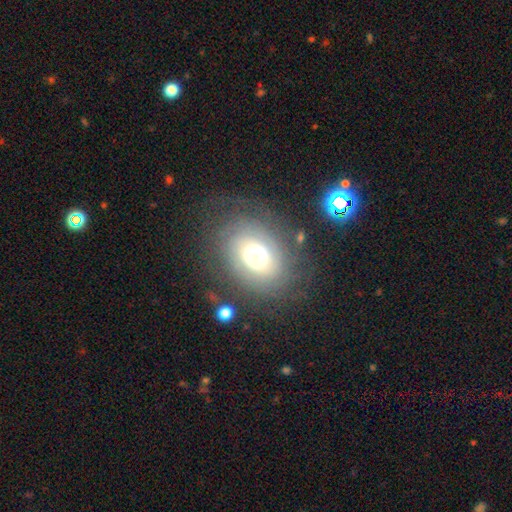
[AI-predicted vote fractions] A featured or disk galaxy (64%) with no bar (81%), spiral arms (79%) and a moderate central bulge (46%). Merging: none (71%).